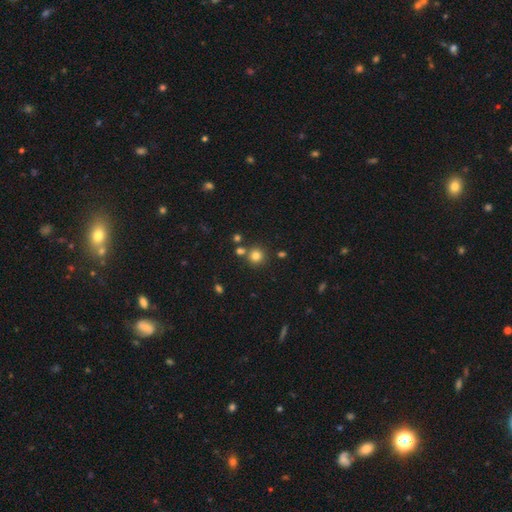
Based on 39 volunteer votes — Morphology: type=smooth (90%); roundness=round (97%); merging=none (75%).